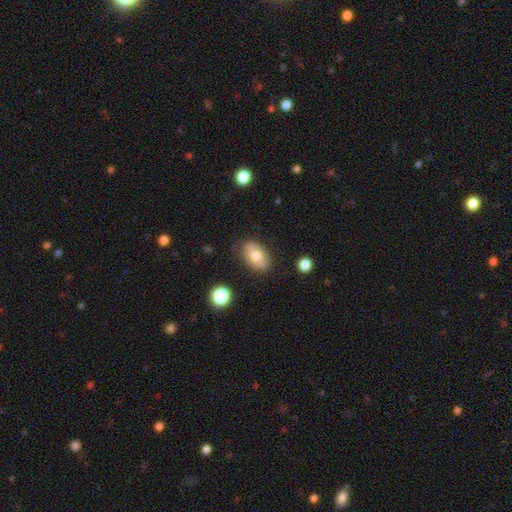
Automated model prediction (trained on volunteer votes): smooth-or-featured: smooth: 74% | featured or disk: 18% | star or artifact: 8%
  how-rounded: in between: 87% | round: 12% | cigar-shaped: 1%
  merging: none: 79% | minor disturbance: 15% | major disturbance: 4% | merger: 2%